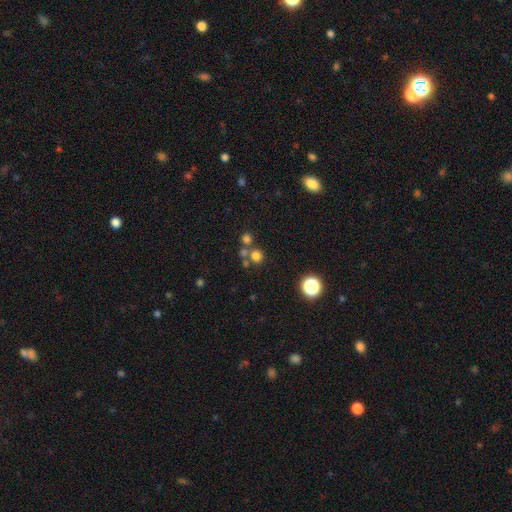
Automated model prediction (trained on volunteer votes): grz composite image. It shows a smooth galaxy with no disk features (71%) that is round (90%). Merging: none (63%).